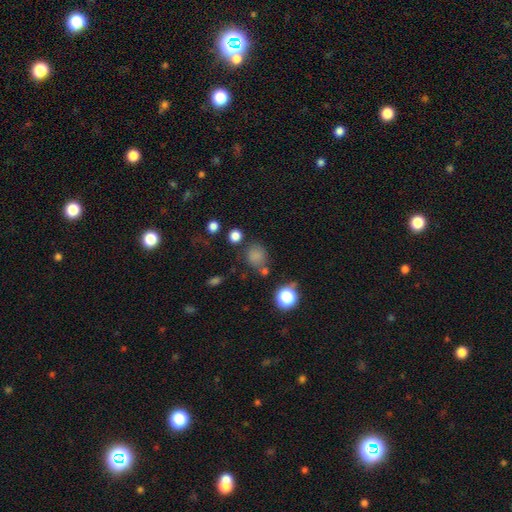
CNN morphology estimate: Smooth or featured? smooth (76%)
How rounded? round (72%)
Merging? none (68%)